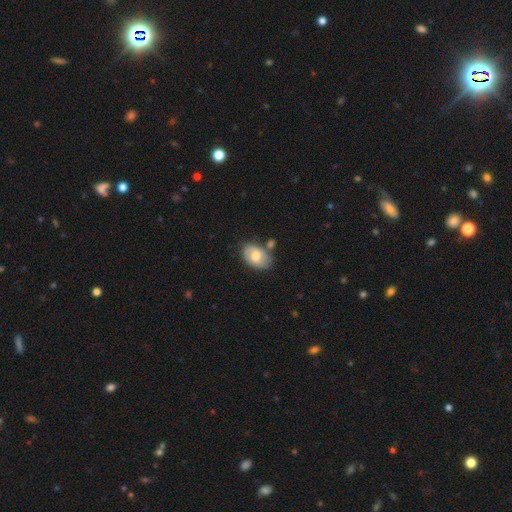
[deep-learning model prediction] smooth-or-featured: smooth: 57% | featured or disk: 36% | star or artifact: 7%
  how-rounded: in between: 84% | round: 15% | cigar-shaped: 1%
  merging: none: 63% | minor disturbance: 21% | merger: 11% | major disturbance: 5%